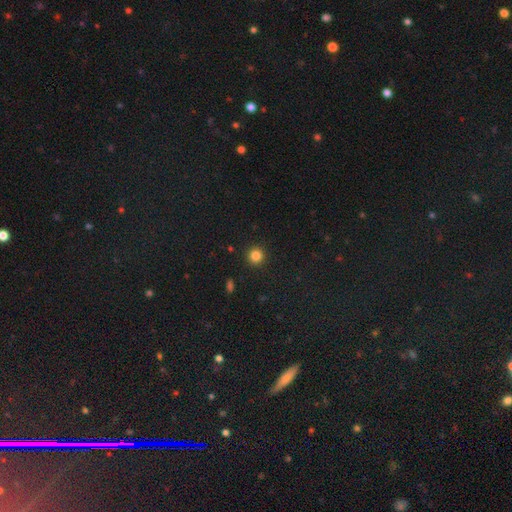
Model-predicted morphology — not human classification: A smooth galaxy with no disk features (84%) that is round (95%). Merging: none (92%).